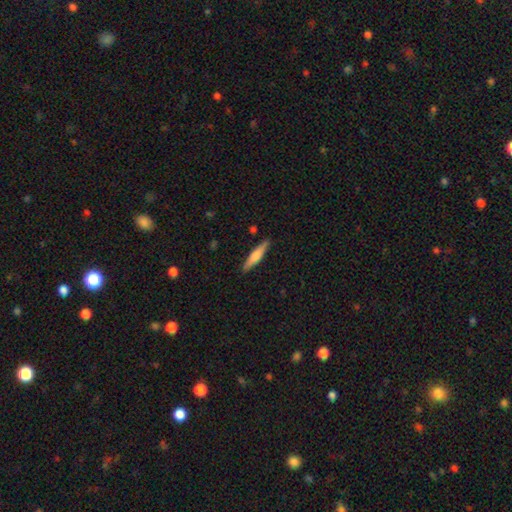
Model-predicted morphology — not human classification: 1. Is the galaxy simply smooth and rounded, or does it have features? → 58% smooth, 36% featured or disk, 6% star or artifact.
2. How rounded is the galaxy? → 87% cigar-shaped, 12% in between, 2% round.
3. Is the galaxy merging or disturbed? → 89% none, 8% minor disturbance, 2% major disturbance, 1% merger.